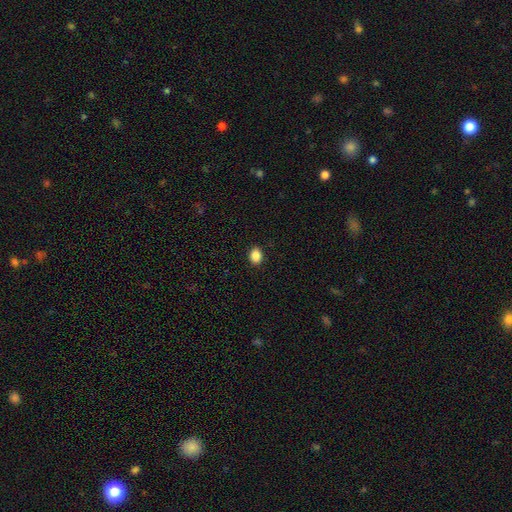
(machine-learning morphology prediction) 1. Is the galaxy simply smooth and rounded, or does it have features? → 88% smooth, 9% star or artifact, 3% featured or disk.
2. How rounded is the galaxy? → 57% in between, 42% round, 1% cigar-shaped.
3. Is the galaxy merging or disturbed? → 91% none, 6% minor disturbance, 2% major disturbance, 1% merger.